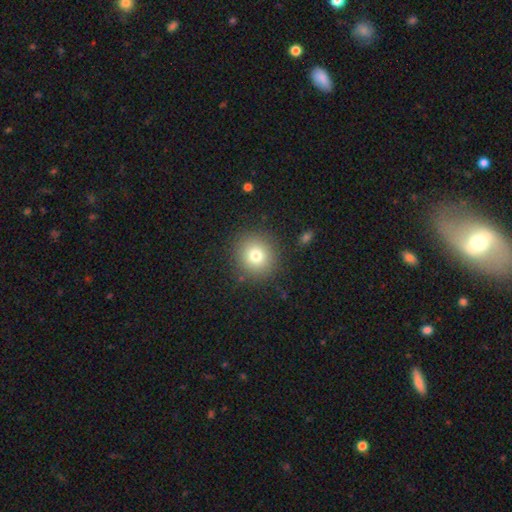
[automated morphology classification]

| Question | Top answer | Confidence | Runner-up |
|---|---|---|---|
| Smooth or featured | smooth | 77% | star or artifact (13%) |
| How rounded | round | 88% | in between (11%) |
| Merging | none | 88% | minor disturbance (7%) |